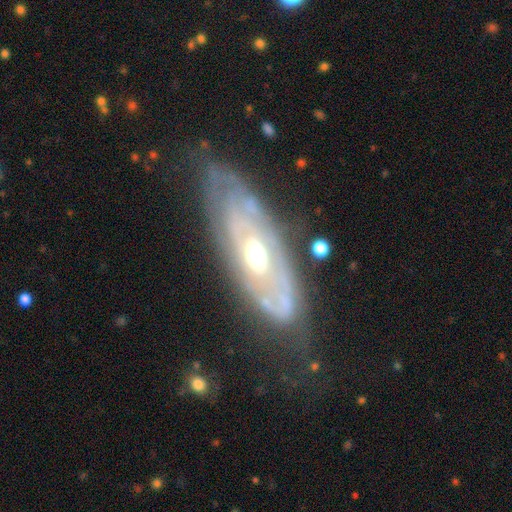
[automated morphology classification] type=featured or disk (80%); edge-on=no (81%); bar=no (72%); spiral arms=yes (66%); bulge=moderate (71%); merging=none (66%).